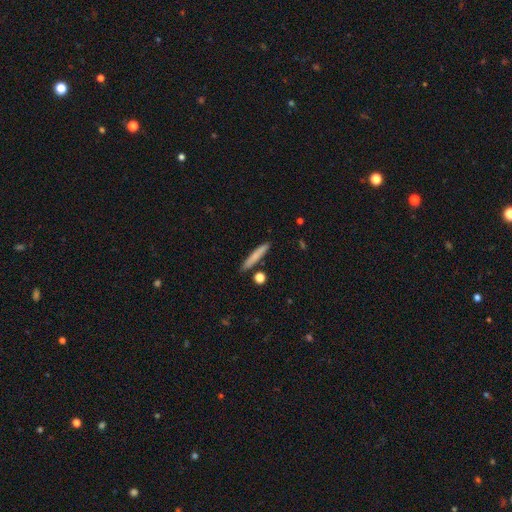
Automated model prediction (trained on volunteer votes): smooth-or-featured: smooth: 75% | featured or disk: 18% | star or artifact: 7%
  how-rounded: cigar-shaped: 93% | in between: 5% | round: 2%
  merging: none: 85% | minor disturbance: 9% | merger: 4% | major disturbance: 2%